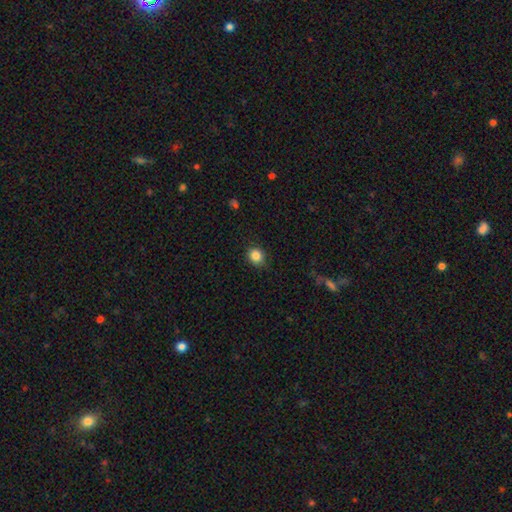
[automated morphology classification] A smooth galaxy with no disk features (85%) that is round (81%). Merging: none (85%).